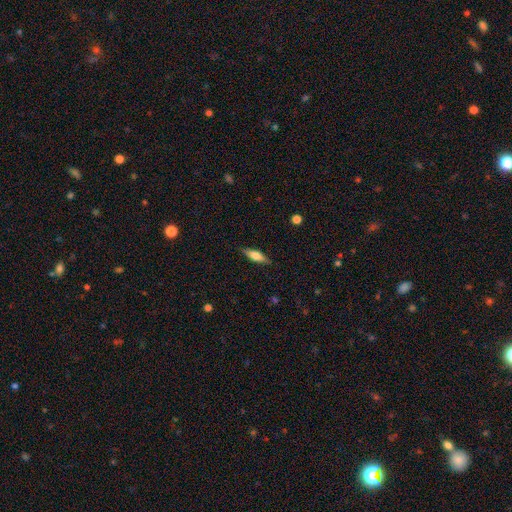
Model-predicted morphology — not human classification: Smooth or featured: smooth — 54% (featured or disk — 39%)
How rounded: cigar-shaped — 51% (in between — 46%)
Merging: none — 86% (minor disturbance — 11%)